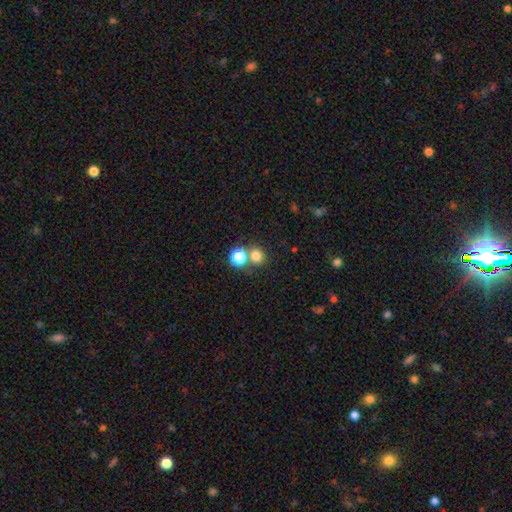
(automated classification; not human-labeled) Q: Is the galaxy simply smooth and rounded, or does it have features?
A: smooth — 75%.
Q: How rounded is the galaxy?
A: round — 85%.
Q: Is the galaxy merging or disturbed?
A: none — 65%.